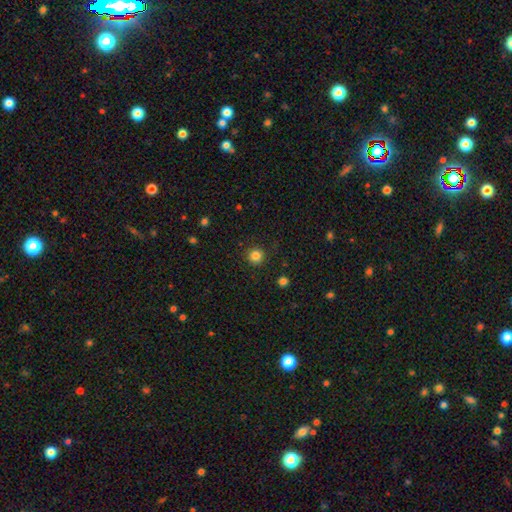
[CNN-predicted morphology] This appears to be a smooth galaxy with no disk features (84%) that is round (95%). Merging: none (91%).